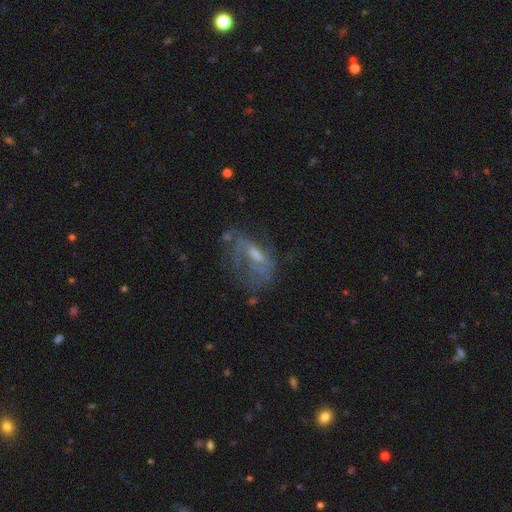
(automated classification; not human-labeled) Smooth or featured?
  - featured or disk: 61% *
  - smooth: 27%
  - star or artifact: 12%
Edge-on disk?
  - no: 91% *
  - yes: 9%
Bar?
  - weak: 43% *
  - no: 41%
  - strong: 15%
Spiral arms?
  - no: 51% *
  - yes: 49%
Bulge size?
  - moderate: 41% *
  - small: 38%
  - none: 15%
  - large: 4%
  - dominant: 1%
Merging?
  - none: 38% *
  - major disturbance: 35%
  - minor disturbance: 22%
  - merger: 5%